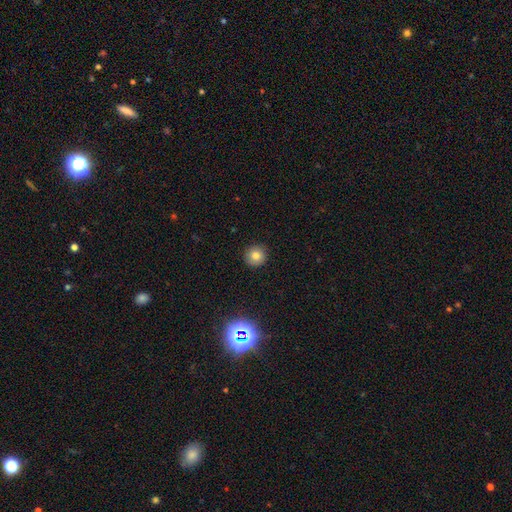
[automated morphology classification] The model was most divided on "smooth or featured": smooth: 78%, star or artifact: 13%, featured or disk: 9%. More confident: how rounded — round (94%); merging — none (91%).